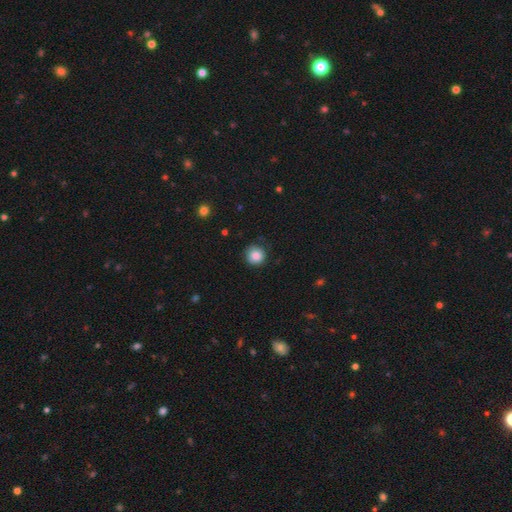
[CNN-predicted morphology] smooth_or_featured: smooth (p=0.85) [alt: star or artifact p=0.09]
how_rounded: round (p=0.93) [alt: in between p=0.06]
merging: none (p=0.81) [alt: minor disturbance p=0.15]